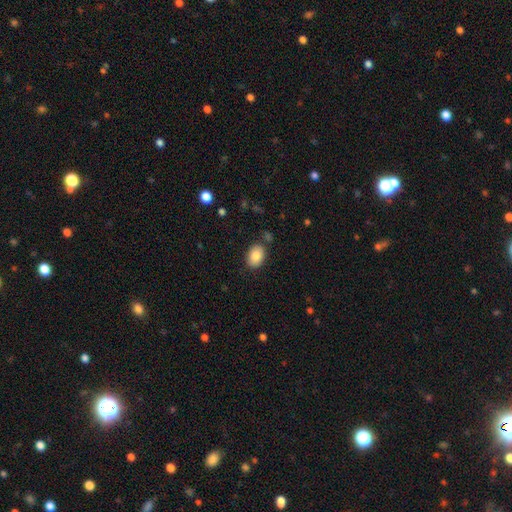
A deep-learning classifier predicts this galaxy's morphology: Smooth or featured? Predicted: smooth (p=0.86). How rounded? Predicted: in between (p=0.80). Merging? Predicted: none (p=0.83).